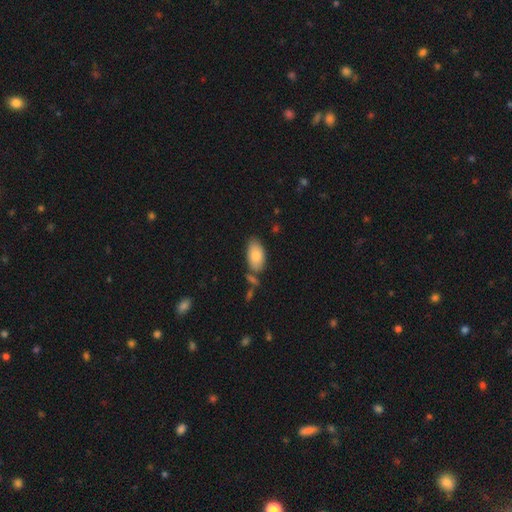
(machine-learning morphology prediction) Smooth or featured? Predicted: smooth (p=0.82). How rounded? Predicted: in between (p=0.94). Merging? Predicted: none (p=0.66).